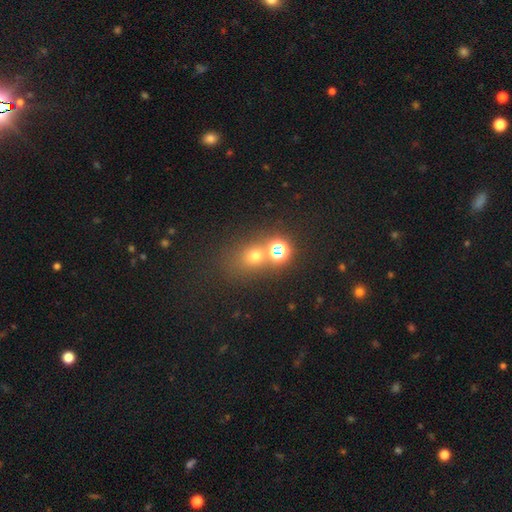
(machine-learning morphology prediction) Smooth or featured?
  - smooth: 55% *
  - star or artifact: 34%
  - featured or disk: 10%
How rounded?
  - round: 71% *
  - in between: 27%
  - cigar-shaped: 1%
Merging?
  - none: 61% *
  - merger: 24%
  - minor disturbance: 10%
  - major disturbance: 6%